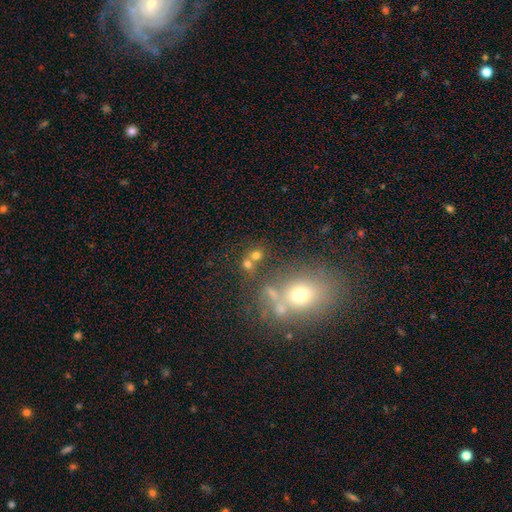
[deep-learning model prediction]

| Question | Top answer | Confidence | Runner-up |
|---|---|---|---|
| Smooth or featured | smooth | 66% | star or artifact (21%) |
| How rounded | round | 72% | in between (26%) |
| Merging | none | 52% | merger (32%) |